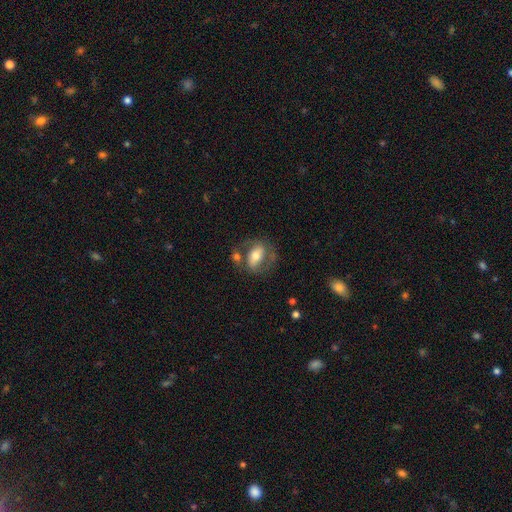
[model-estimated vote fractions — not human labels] Smooth or featured: featured or disk — 54% (smooth — 39%)
Edge-on disk: no — 92% (yes — 8%)
Merging: none — 52% (minor disturbance — 18%)